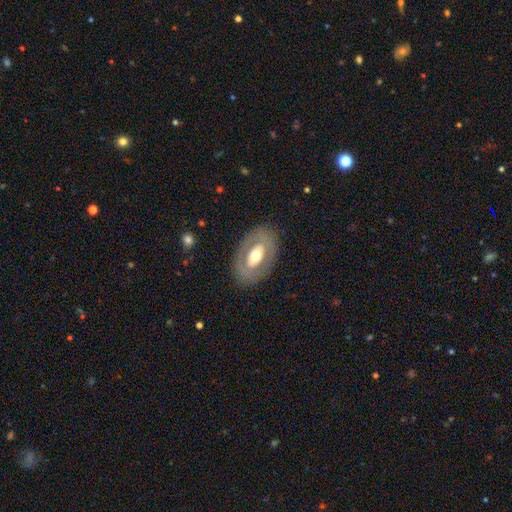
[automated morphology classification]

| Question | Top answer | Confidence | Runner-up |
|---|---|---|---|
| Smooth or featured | featured or disk | 55% | smooth (39%) |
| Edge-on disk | no | 89% | yes (11%) |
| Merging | none | 82% | minor disturbance (12%) |